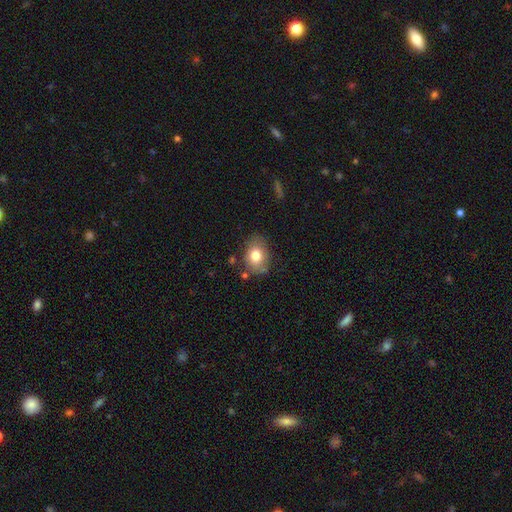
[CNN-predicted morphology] smooth_or_featured: smooth (p=0.77) [alt: featured or disk p=0.15]
how_rounded: in between (p=0.66) [alt: round p=0.33]
merging: none (p=0.70) [alt: minor disturbance p=0.21]